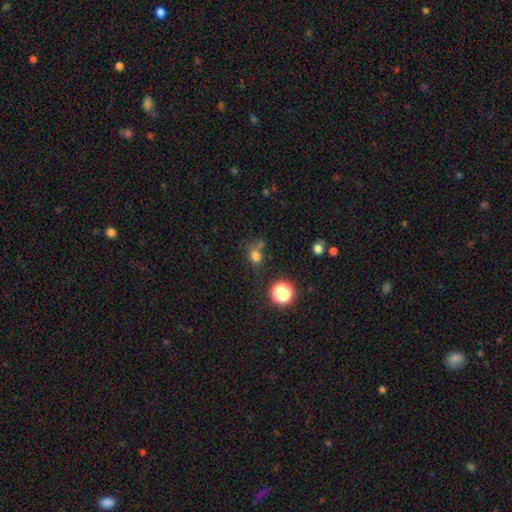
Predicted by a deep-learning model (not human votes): smooth_or_featured: smooth (p=0.73) [alt: star or artifact p=0.20]
how_rounded: round (p=0.74) [alt: in between p=0.25]
merging: none (p=0.62) [alt: minor disturbance p=0.17]